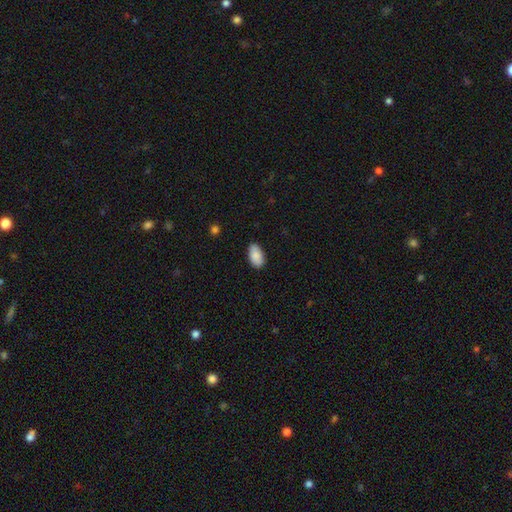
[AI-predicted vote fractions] The model was most divided on "merging": none: 85%, minor disturbance: 12%, major disturbance: 2%, merger: 1%. More confident: how rounded — in between (95%); smooth or featured — smooth (88%).